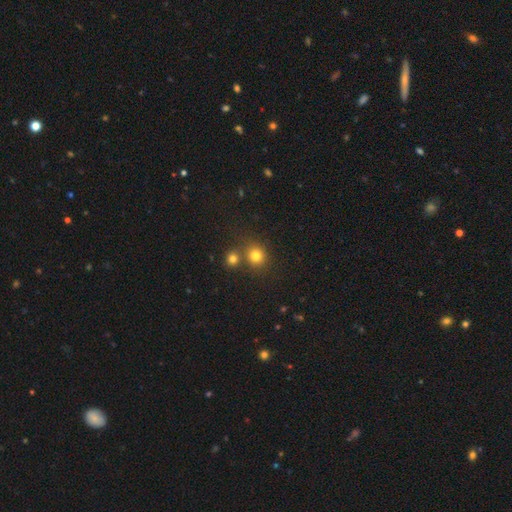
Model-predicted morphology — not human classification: Q: Smooth or featured?
A: smooth (78%); runner-up: star or artifact (15%)
Q: How rounded?
A: round (87%); runner-up: in between (12%)
Q: Merging?
A: none (66%); runner-up: merger (23%)